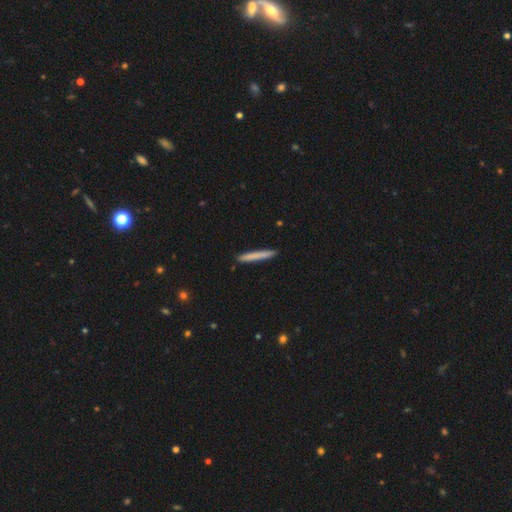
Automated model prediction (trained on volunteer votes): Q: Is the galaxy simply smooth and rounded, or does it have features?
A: smooth — 77%.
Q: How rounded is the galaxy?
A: cigar-shaped — 97%.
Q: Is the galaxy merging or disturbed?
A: none — 91%.